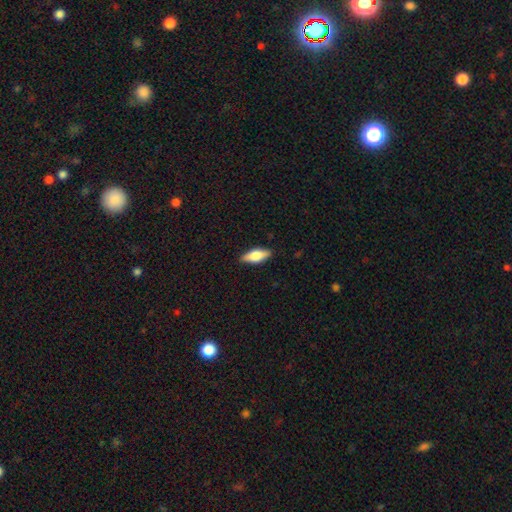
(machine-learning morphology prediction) Smooth or featured: smooth — 65% (featured or disk — 29%)
How rounded: in between — 71% (cigar-shaped — 26%)
Merging: none — 88% (minor disturbance — 9%)